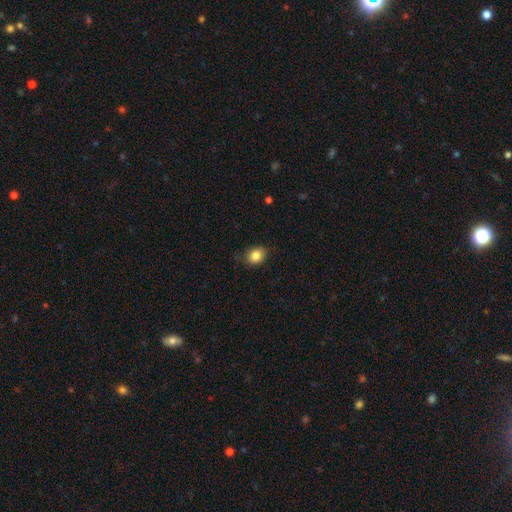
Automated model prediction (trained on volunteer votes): smooth-or-featured: smooth: 85% | star or artifact: 10% | featured or disk: 6%
  how-rounded: in between: 54% | round: 45% | cigar-shaped: 1%
  merging: none: 79% | minor disturbance: 17% | major disturbance: 3% | merger: 1%